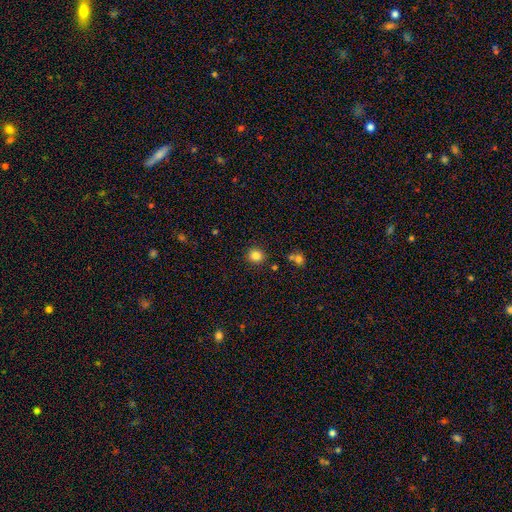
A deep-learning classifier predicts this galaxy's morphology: Overall: smooth (84%). How rounded: round (86%). Merging: none (88%).